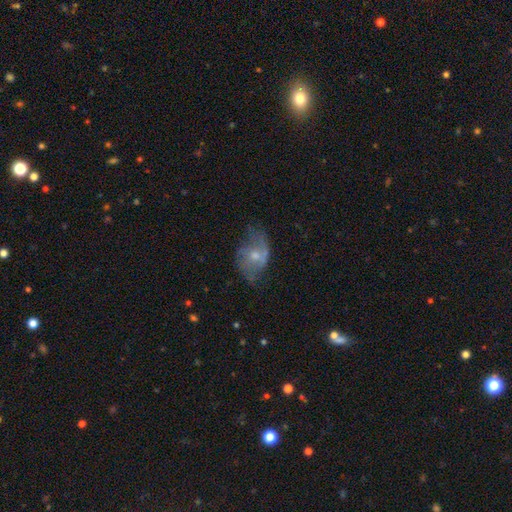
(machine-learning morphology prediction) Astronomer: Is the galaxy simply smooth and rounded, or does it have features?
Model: featured or disk — 64%.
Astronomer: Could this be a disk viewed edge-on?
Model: no — 95%.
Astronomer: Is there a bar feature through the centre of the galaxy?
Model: no — 62%.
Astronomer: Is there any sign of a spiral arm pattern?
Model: yes — 76%.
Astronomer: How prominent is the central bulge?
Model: small — 47% (runner-up: moderate, 46%).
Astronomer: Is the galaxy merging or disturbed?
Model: none — 53%.